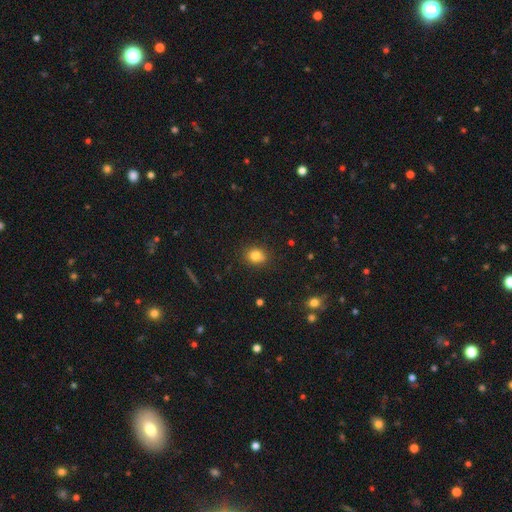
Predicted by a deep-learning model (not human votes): A smooth galaxy with no disk features (80%) that is round (71%).

Vote fractions:
- Smooth or featured? smooth: 80% / star or artifact: 13% / featured or disk: 7%
- How rounded? round: 71% / in between: 28% / cigar-shaped: 1%
- Merging? none: 78% / minor disturbance: 13% / merger: 7% / major disturbance: 3%